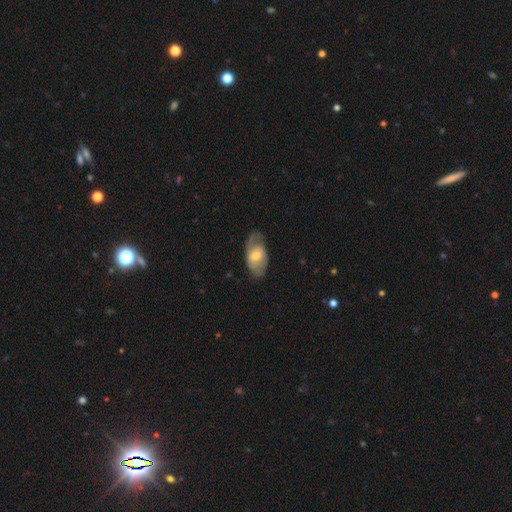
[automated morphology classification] smooth-or-featured: featured or disk: 52% | smooth: 42% | star or artifact: 6%
  disk-edge-on: no: 92% | yes: 8%
  merging: none: 60% | minor disturbance: 25% | major disturbance: 14% | merger: 1%